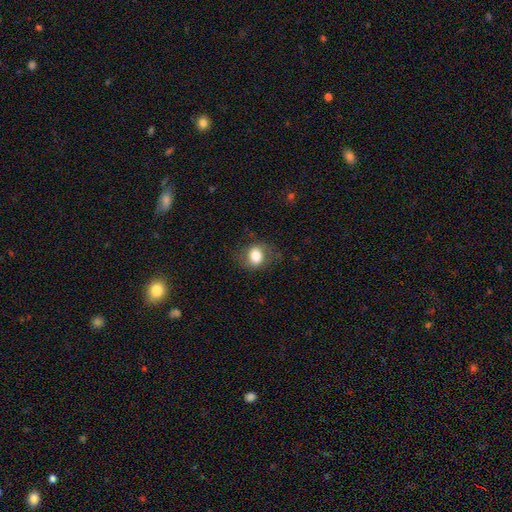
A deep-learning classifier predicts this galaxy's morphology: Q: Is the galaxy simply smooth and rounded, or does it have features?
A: smooth — 78%.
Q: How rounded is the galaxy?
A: in between — 52%.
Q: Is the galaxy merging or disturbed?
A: none — 70%.